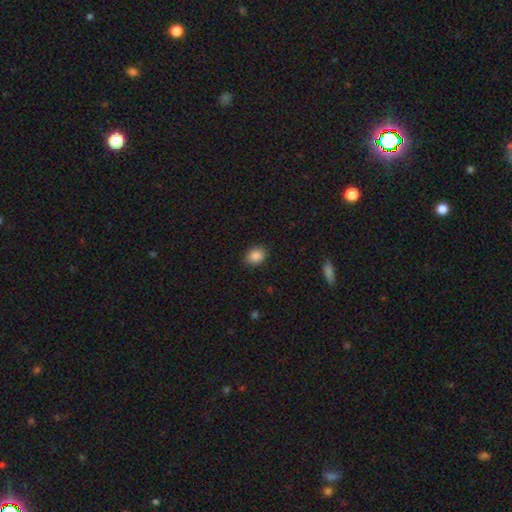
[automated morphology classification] type=smooth (88%); roundness=round (53%); merging=none (88%).